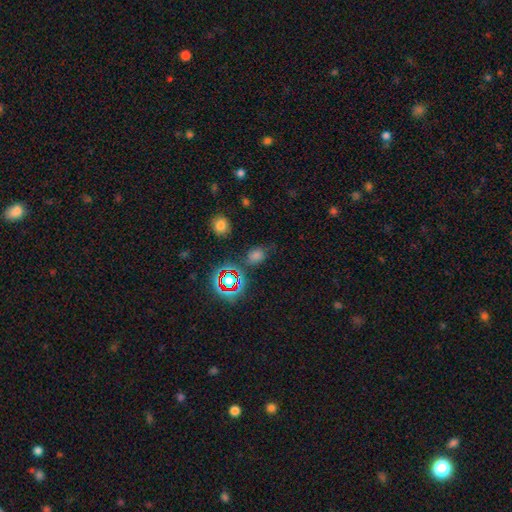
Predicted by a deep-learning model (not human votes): smooth-or-featured: smooth: 49% | star or artifact: 42% | featured or disk: 10%
  merging: none: 72% | minor disturbance: 16% | major disturbance: 7% | merger: 5%